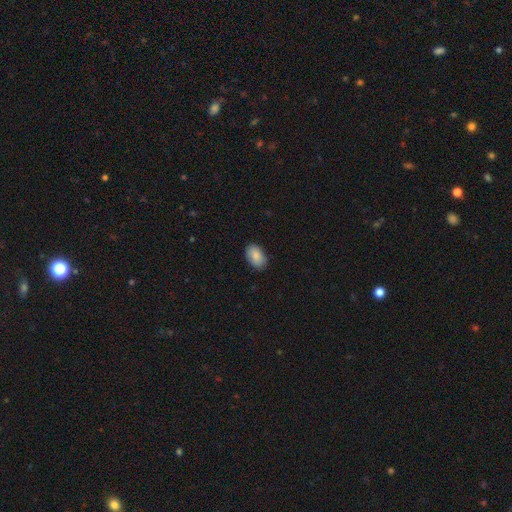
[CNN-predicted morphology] Smooth or featured: smooth — 88% (star or artifact — 7%)
How rounded: in between — 90% (round — 8%)
Merging: none — 87% (minor disturbance — 10%)